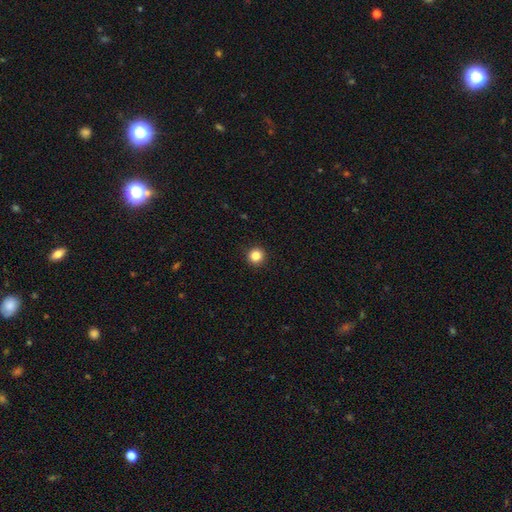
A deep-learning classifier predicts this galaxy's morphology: Smooth or featured? smooth (85%)
How rounded? round (95%)
Merging? none (93%)